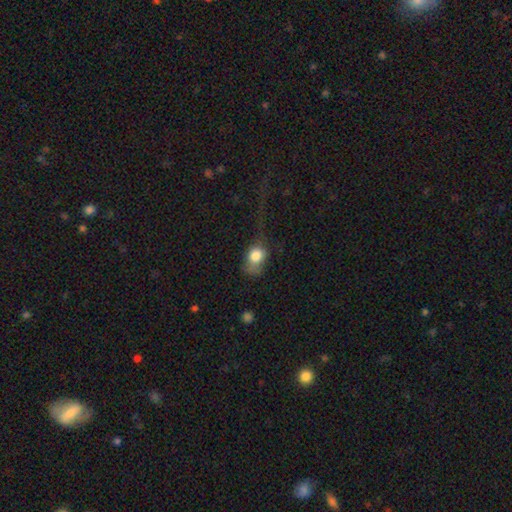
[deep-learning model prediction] smooth-or-featured: smooth: 79% | featured or disk: 12% | star or artifact: 9%
  how-rounded: in between: 60% | round: 38% | cigar-shaped: 2%
  merging: major disturbance: 44% | minor disturbance: 26% | none: 25% | merger: 4%